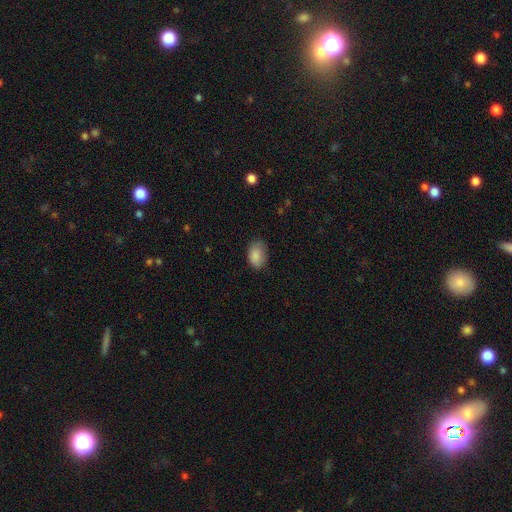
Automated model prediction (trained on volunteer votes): Smooth or featured? smooth (87%)
How rounded? in between (86%)
Merging? none (72%)